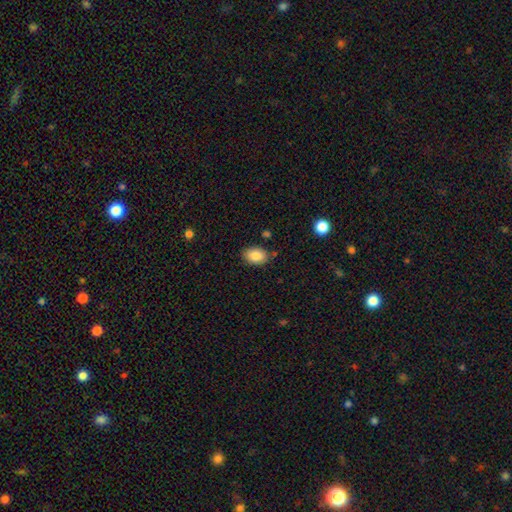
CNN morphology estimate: smooth-or-featured: smooth: 86% | star or artifact: 7% | featured or disk: 7%
  how-rounded: in between: 83% | round: 16% | cigar-shaped: 1%
  merging: none: 83% | minor disturbance: 12% | major disturbance: 2% | merger: 2%